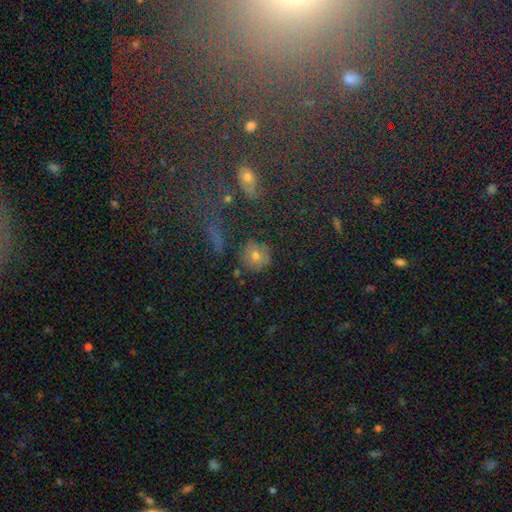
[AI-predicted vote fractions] Overall: smooth (66%). How rounded: round (90%). Merging: none (82%).